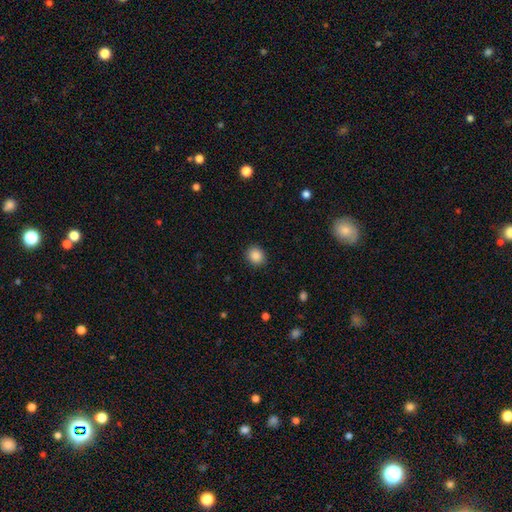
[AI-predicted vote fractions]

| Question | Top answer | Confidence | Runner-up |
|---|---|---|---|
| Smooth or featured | smooth | 88% | star or artifact (9%) |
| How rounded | round | 78% | in between (22%) |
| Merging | none | 89% | minor disturbance (7%) |